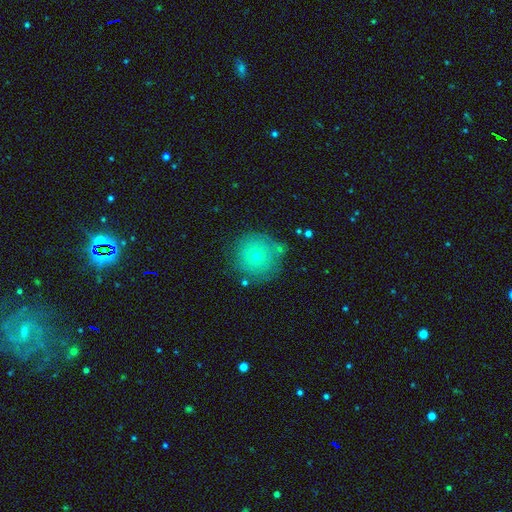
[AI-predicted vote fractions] Smooth or featured? smooth (69%)
How rounded? round (95%)
Merging? none (80%)